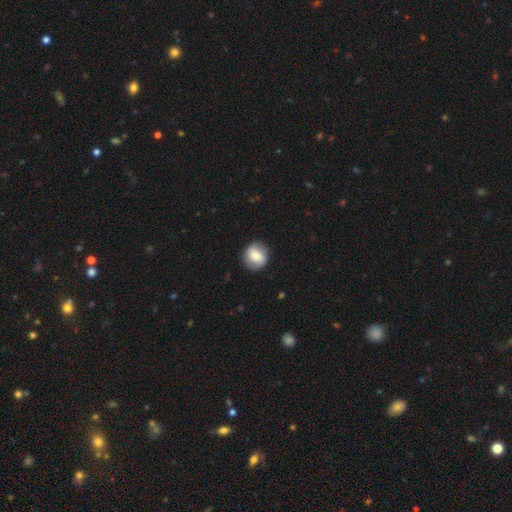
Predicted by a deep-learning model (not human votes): smooth_or_featured: smooth (p=0.63) [alt: featured or disk p=0.30]
how_rounded: round (p=0.86) [alt: in between p=0.13]
merging: none (p=0.87) [alt: minor disturbance p=0.09]